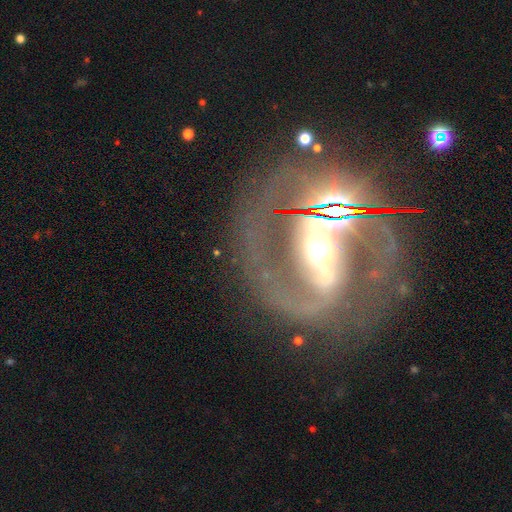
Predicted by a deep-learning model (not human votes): This appears to be a featured or disk galaxy (88%) with a strong bar (64%), 2 (87%) medium (52%) spiral arms (90%) and a moderate central bulge (54%). Merging: none (65%).